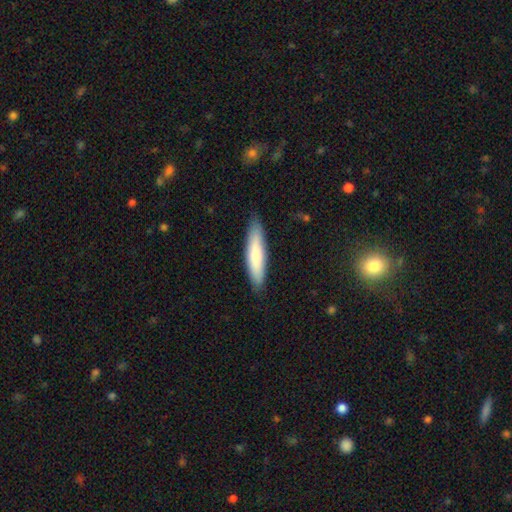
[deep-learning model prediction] A smooth galaxy with no disk features (77%) that is cigar-shaped (80%).

Vote fractions:
- Smooth or featured? smooth: 77% / featured or disk: 18% / star or artifact: 5%
- How rounded? cigar-shaped: 80% / in between: 19% / round: 1%
- Merging? none: 86% / minor disturbance: 11% / major disturbance: 2% / merger: 1%